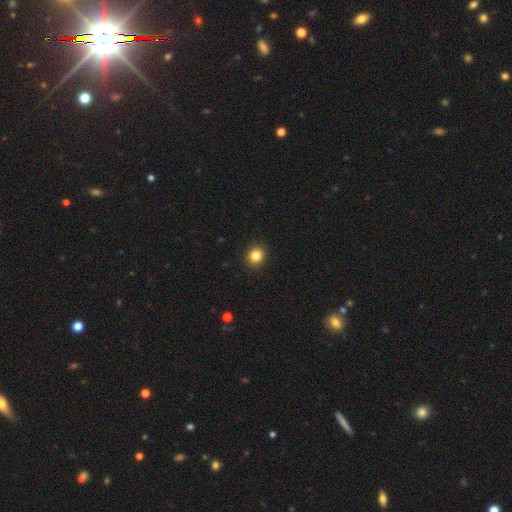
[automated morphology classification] type=smooth (84%); roundness=round (85%); merging=none (92%).